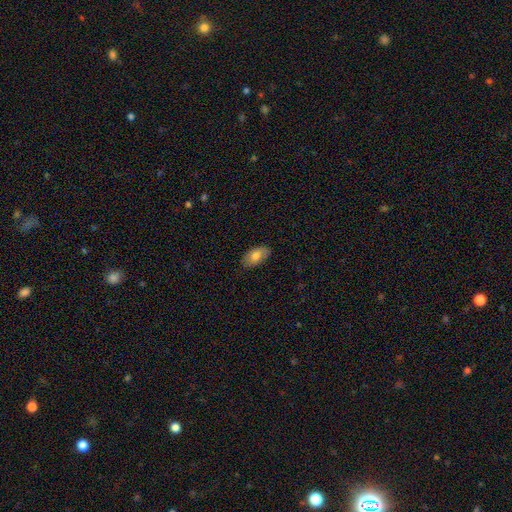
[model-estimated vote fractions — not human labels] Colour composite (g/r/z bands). It shows a smooth galaxy with no disk features (78%) that is in between round and cigar-shaped (93%). Merging: none (82%).